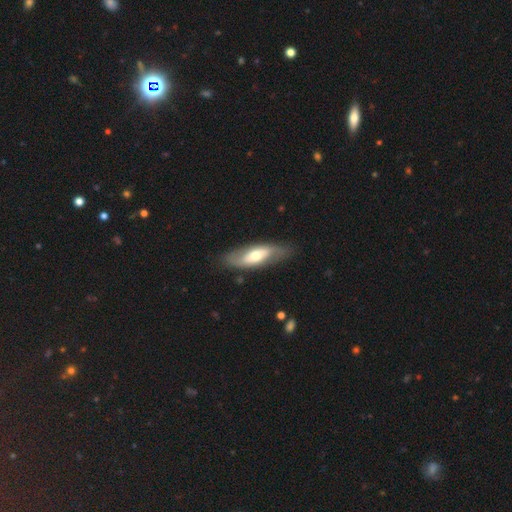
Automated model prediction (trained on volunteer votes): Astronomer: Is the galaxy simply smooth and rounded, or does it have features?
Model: featured or disk — 51% (runner-up: smooth, 44%).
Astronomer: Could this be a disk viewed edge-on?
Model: no — 75%.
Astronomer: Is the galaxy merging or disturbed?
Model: none — 79%.